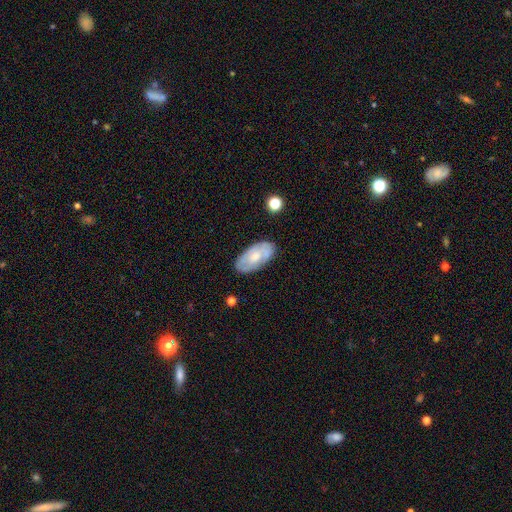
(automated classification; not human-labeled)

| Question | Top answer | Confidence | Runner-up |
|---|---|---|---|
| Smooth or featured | featured or disk | 49% | smooth (44%) |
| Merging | none | 77% | minor disturbance (17%) |